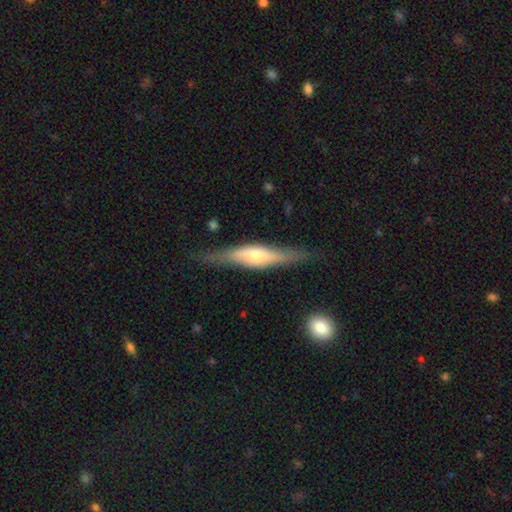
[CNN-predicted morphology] smooth_or_featured: featured or disk (p=0.65) [alt: smooth p=0.29]
disk_edge_on: yes (p=0.90) [alt: no p=0.10]
edge_on_bulge: rounded (p=0.84) [alt: boxy p=0.11]
merging: none (p=0.81) [alt: minor disturbance p=0.14]